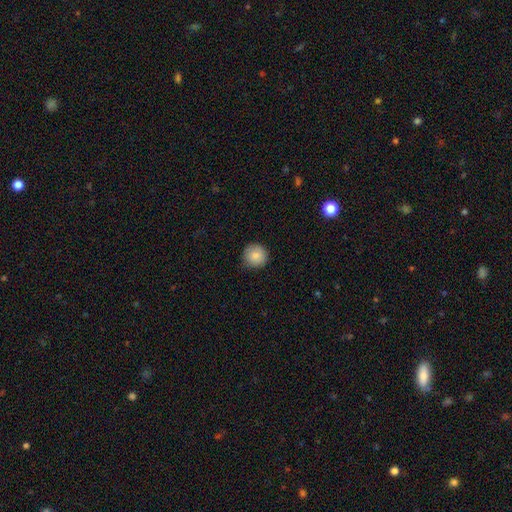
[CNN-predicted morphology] type=smooth (86%); roundness=round (94%); merging=none (83%).